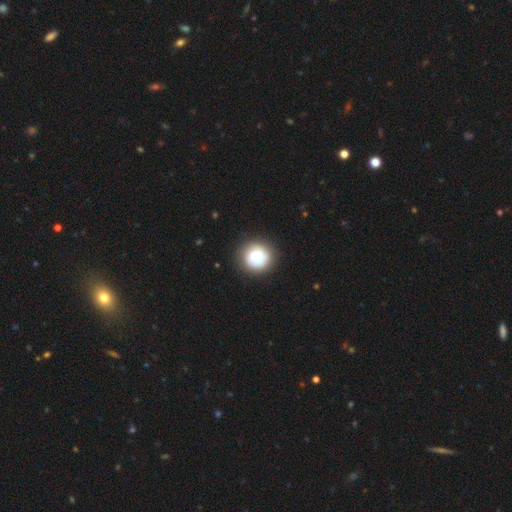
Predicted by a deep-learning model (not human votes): The model was most divided on "smooth or featured": smooth: 70%, featured or disk: 22%, star or artifact: 8%. More confident: how rounded — round (92%); merging — none (83%).